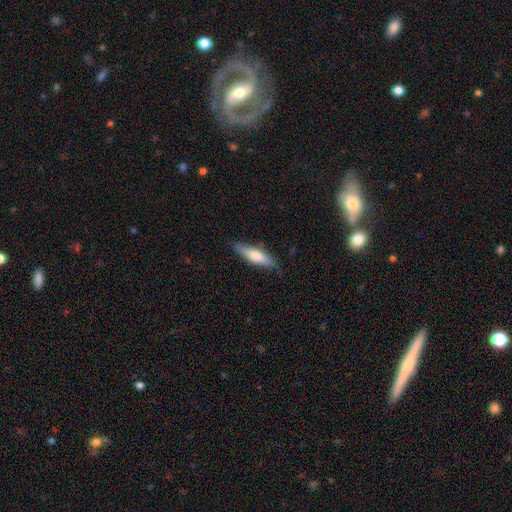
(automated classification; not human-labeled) Smooth or featured? smooth (67%)
How rounded? cigar-shaped (64%)
Merging? none (83%)